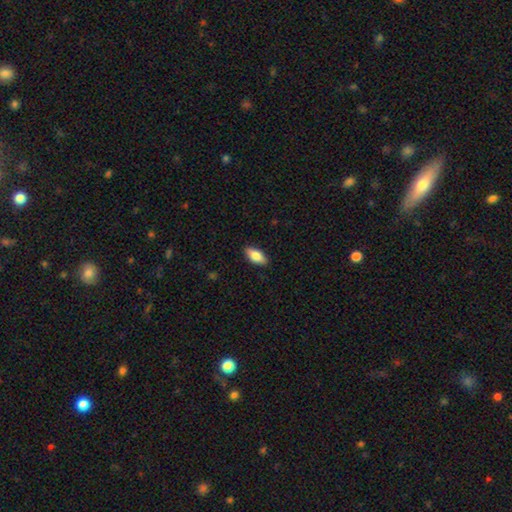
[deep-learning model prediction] A smooth galaxy with no disk features (77%) that is in between round and cigar-shaped (85%). Merging: none (88%).